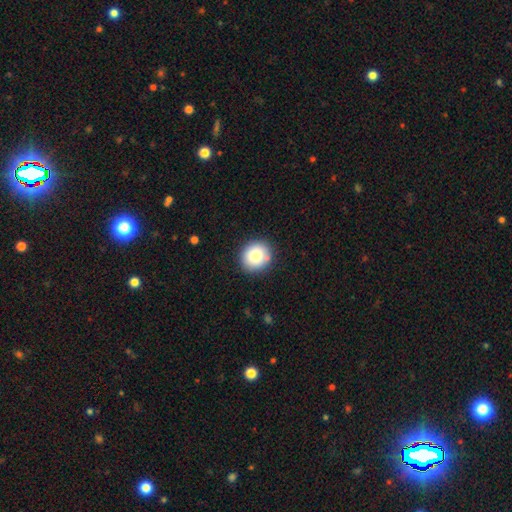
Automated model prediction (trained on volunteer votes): A smooth galaxy with no disk features (82%) that is round (85%). Merging: none (86%).